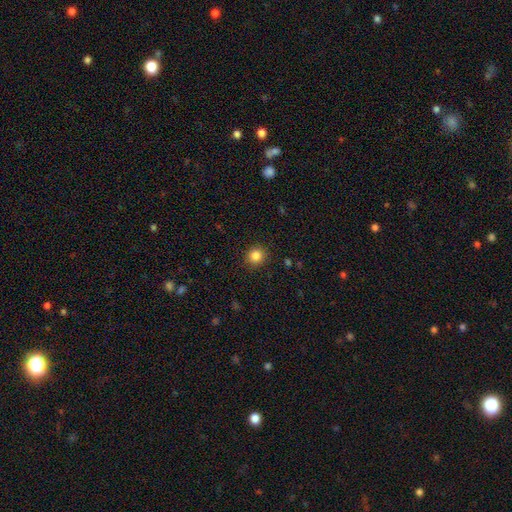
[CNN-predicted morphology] This appears to be a smooth galaxy with no disk features (84%) that is round (88%). Merging: none (91%).